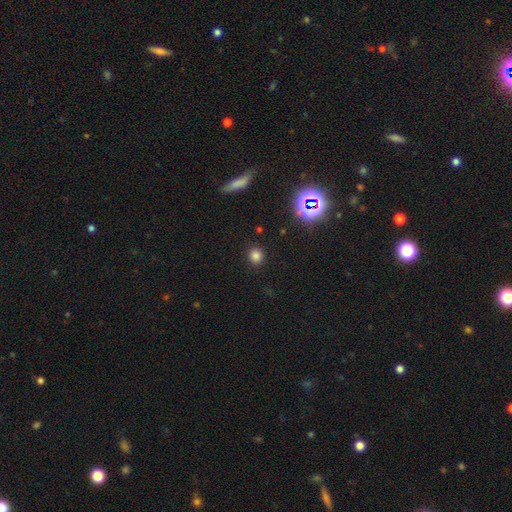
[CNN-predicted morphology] smooth-or-featured: smooth: 78% | star or artifact: 18% | featured or disk: 5%
  how-rounded: round: 80% | in between: 19% | cigar-shaped: 1%
  merging: none: 89% | minor disturbance: 7% | major disturbance: 2% | merger: 1%